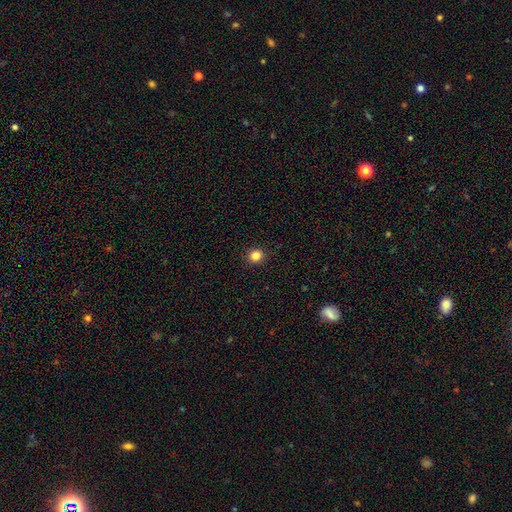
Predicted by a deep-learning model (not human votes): This appears to be a smooth galaxy with no disk features (84%) that is round (91%). Merging: none (92%).